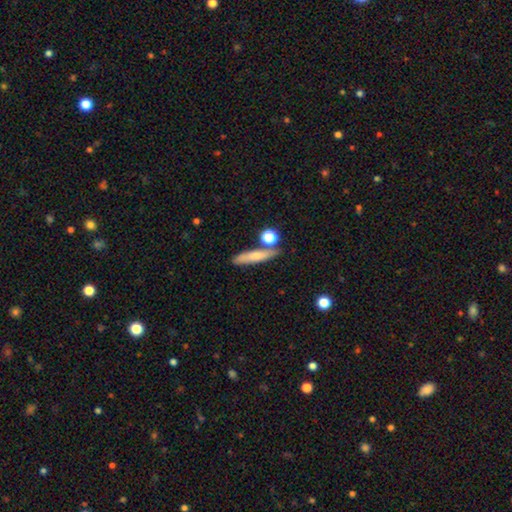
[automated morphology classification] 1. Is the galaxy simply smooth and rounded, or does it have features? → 69% smooth, 22% featured or disk, 8% star or artifact.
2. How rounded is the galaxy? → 76% cigar-shaped, 18% in between, 6% round.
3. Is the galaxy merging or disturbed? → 73% none, 12% minor disturbance, 12% merger, 4% major disturbance.